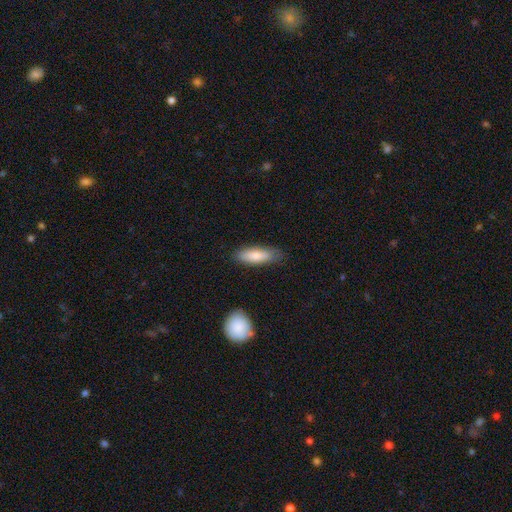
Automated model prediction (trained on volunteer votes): A smooth galaxy with no disk features (80%) that is in between round and cigar-shaped (53%). Merging: none (77%).